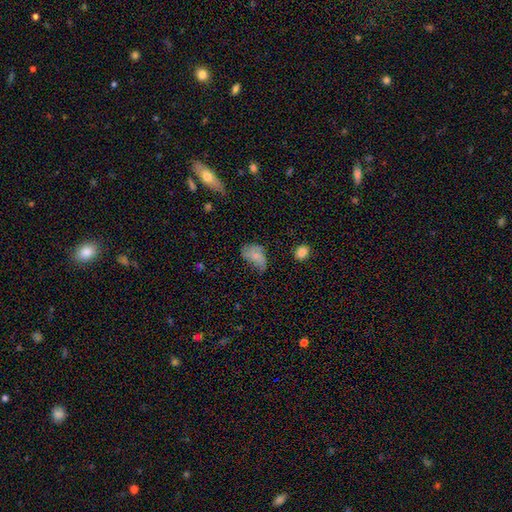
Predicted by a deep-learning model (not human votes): smooth-or-featured: smooth: 60% | featured or disk: 31% | star or artifact: 10%
  how-rounded: in between: 85% | round: 13% | cigar-shaped: 2%
  merging: minor disturbance: 37% (tied) | none: 37% (tied) | major disturbance: 23% | merger: 3%